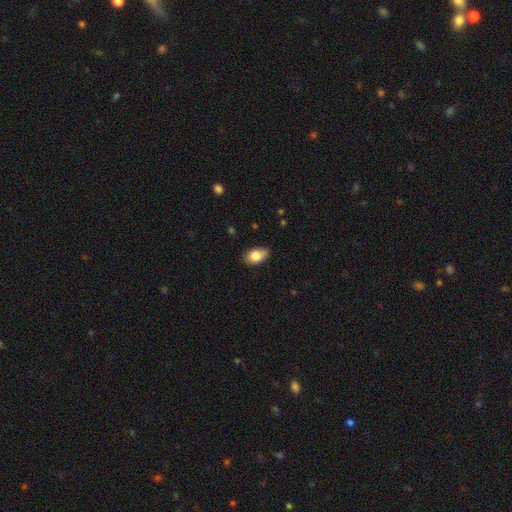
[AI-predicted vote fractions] Overall: smooth (82%). How rounded: in between (90%). Merging: none (75%).